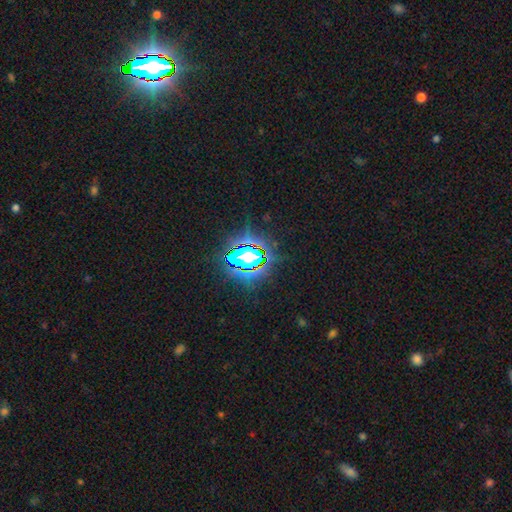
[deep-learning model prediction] This appears to be a star or artifact, not a galaxy (82%).